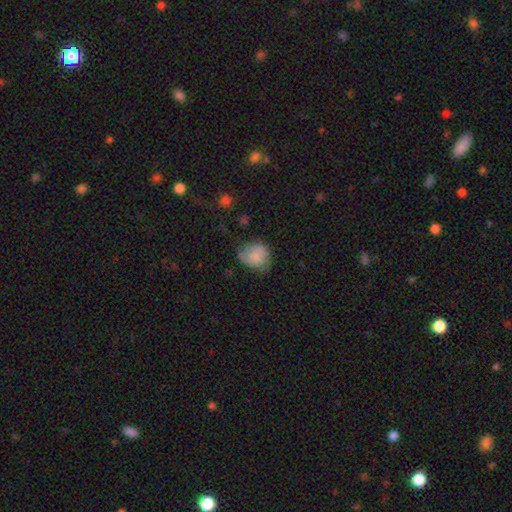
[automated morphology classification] smooth 73%, featured or disk 19%, star or artifact 8%. Down the decision tree: how rounded — round (63%); merging — none (47%).